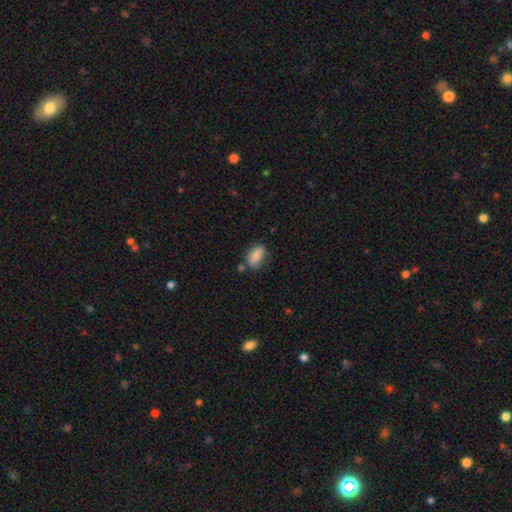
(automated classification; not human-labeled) Overall: smooth (82%). How rounded: in between (86%). Merging: none (62%).